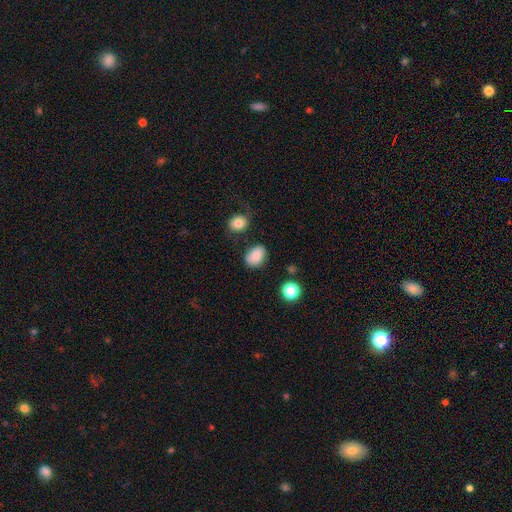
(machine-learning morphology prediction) smooth_or_featured: smooth (p=0.83) [alt: star or artifact p=0.09]
how_rounded: in between (p=0.73) [alt: round p=0.26]
merging: none (p=0.74) [alt: minor disturbance p=0.18]